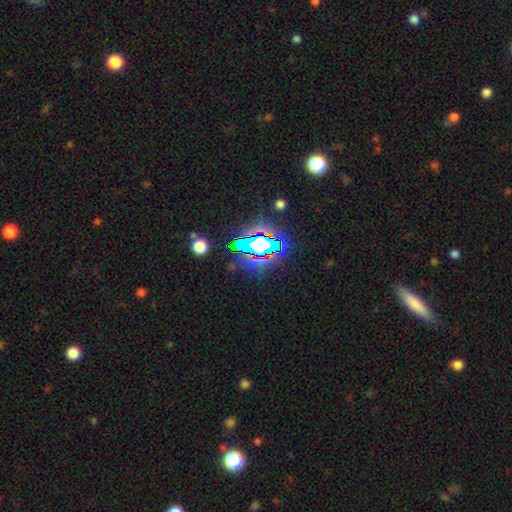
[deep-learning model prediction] This is likely a star or artifact rather than a galaxy (80%).